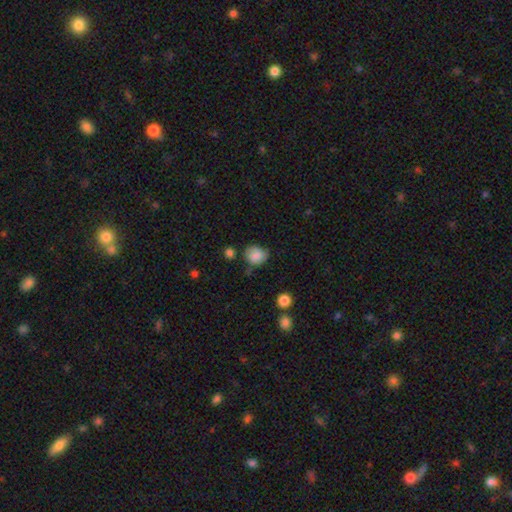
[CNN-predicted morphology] This is clearly a smooth galaxy (81%). How rounded: likely round (63%). Merging: possibly none (57%).